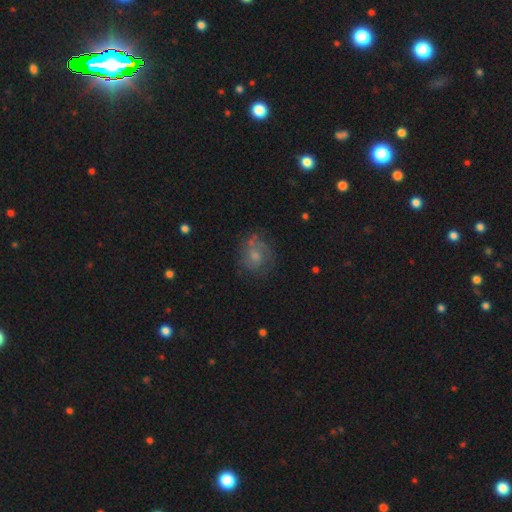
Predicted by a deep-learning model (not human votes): Morphology: type=featured or disk (49%); merging=none (64%).